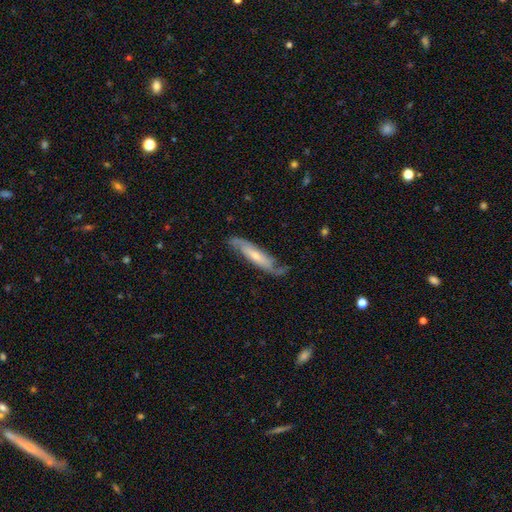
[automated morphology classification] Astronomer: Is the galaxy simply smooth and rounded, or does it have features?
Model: featured or disk — 69%.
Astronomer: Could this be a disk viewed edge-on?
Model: no — 67%.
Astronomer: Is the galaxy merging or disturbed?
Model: none — 70%.